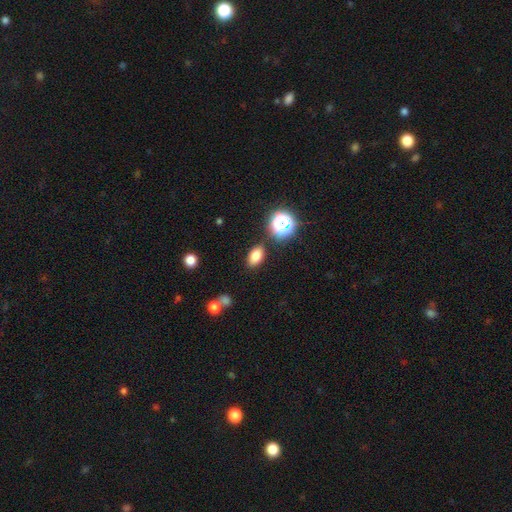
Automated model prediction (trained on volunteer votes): Smooth or featured? smooth (77%)
How rounded? in between (85%)
Merging? none (84%)